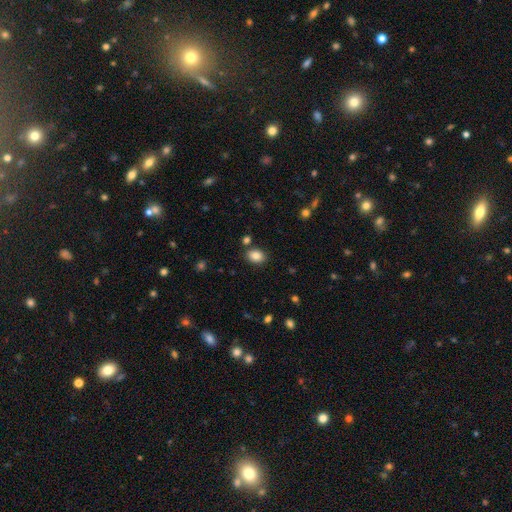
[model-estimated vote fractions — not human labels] The model was most divided on "how rounded": in between: 70%, round: 29%, cigar-shaped: 1%. More confident: smooth or featured — smooth (85%); merging — none (83%).